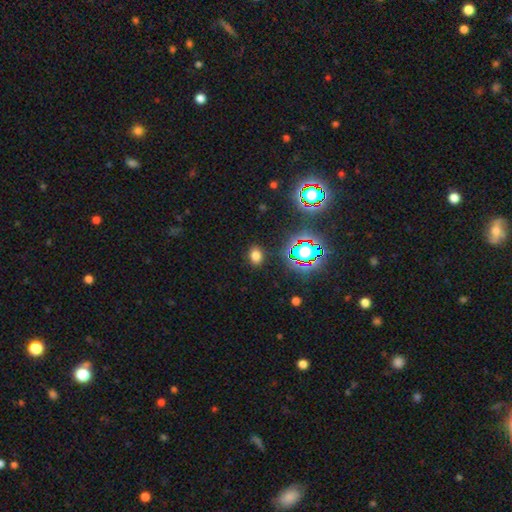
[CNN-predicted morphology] This appears to be a smooth galaxy with no disk features (71%) that is in between round and cigar-shaped (62%). Merging: none (87%).